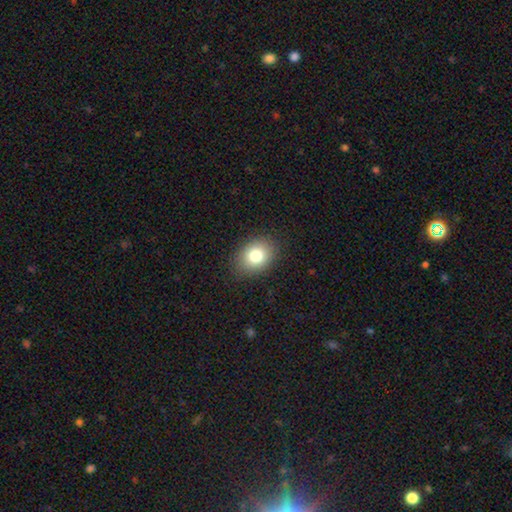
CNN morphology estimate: A smooth galaxy with no disk features (80%) that is in between round and cigar-shaped (63%). Merging: none (87%).